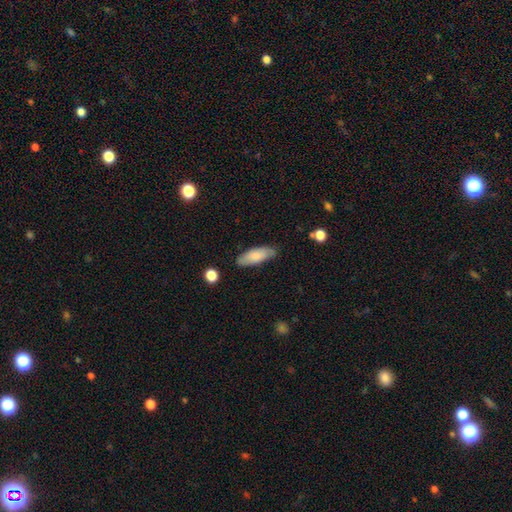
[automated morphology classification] Smooth or featured: smooth — 80% (featured or disk — 14%)
How rounded: in between — 67% (cigar-shaped — 32%)
Merging: none — 81% (minor disturbance — 15%)